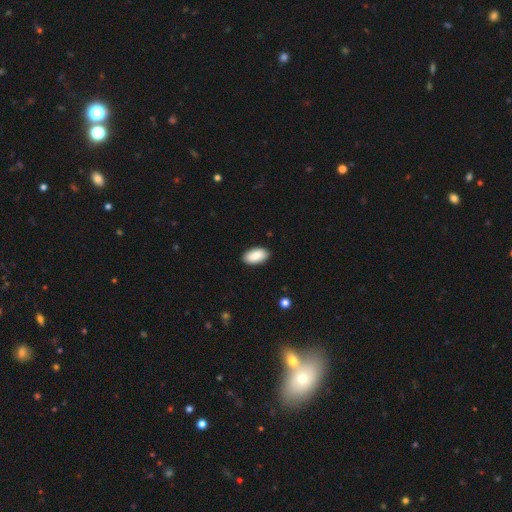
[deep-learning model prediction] Smooth or featured? Predicted: smooth (p=0.89). How rounded? Predicted: in between (p=0.95). Merging? Predicted: none (p=0.89).